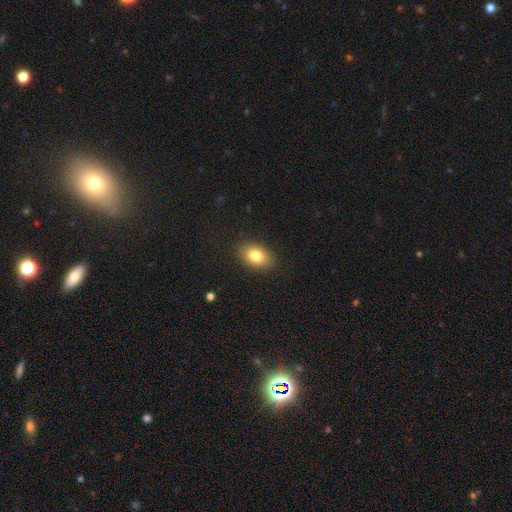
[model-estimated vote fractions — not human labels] smooth-or-featured: smooth: 82% | featured or disk: 9% | star or artifact: 8%
  how-rounded: in between: 83% | round: 15% | cigar-shaped: 1%
  merging: none: 87% | minor disturbance: 9% | major disturbance: 3% | merger: 1%